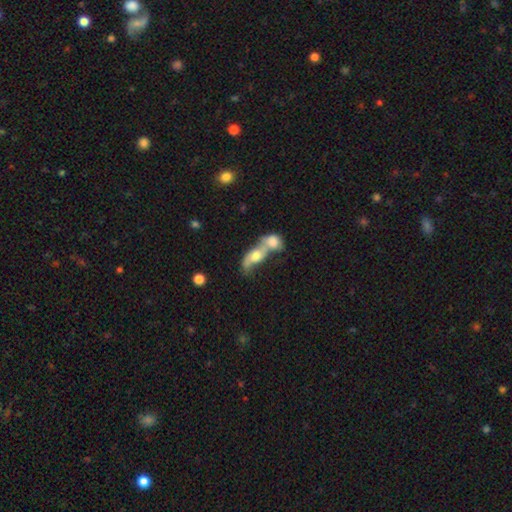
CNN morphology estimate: This appears to be a smooth galaxy with no disk features (46%). Merging: merger (76%).